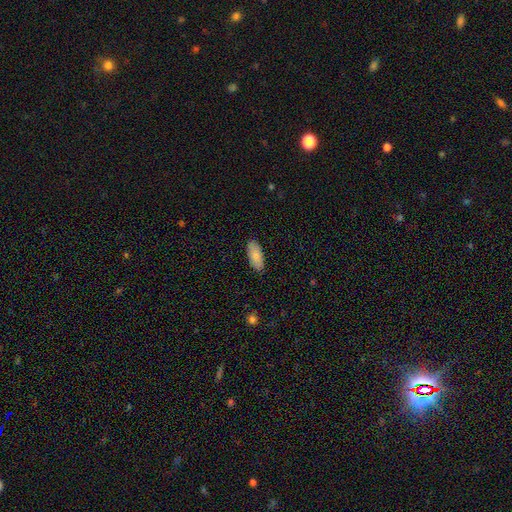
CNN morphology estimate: A smooth galaxy with no disk features (86%) that is in between round and cigar-shaped (84%).

Vote fractions:
- Smooth or featured? smooth: 86% / featured or disk: 8% / star or artifact: 6%
- How rounded? in between: 84% / cigar-shaped: 15% / round: 2%
- Merging? none: 87% / minor disturbance: 10% / major disturbance: 2% / merger: 1%